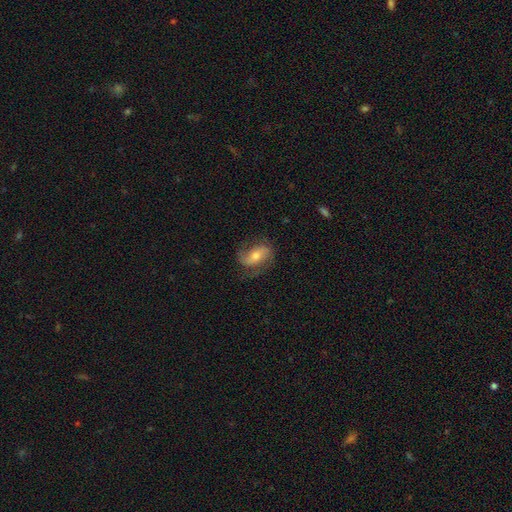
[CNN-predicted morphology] Q: Smooth or featured?
A: featured or disk (64%); runner-up: smooth (28%)
Q: Edge-on disk?
A: no (95%); runner-up: yes (5%)
Q: Bar?
A: no (42%); runner-up: weak (35%)
Q: Spiral arms?
A: yes (90%); runner-up: no (10%)
Q: Spiral winding?
A: medium (43%); runner-up: loose (35%)
Q: Spiral arm count?
A: 2 (77%); runner-up: 1 (10%)
Q: Bulge size?
A: moderate (59%); runner-up: small (32%)
Q: Merging?
A: none (65%); runner-up: minor disturbance (20%)